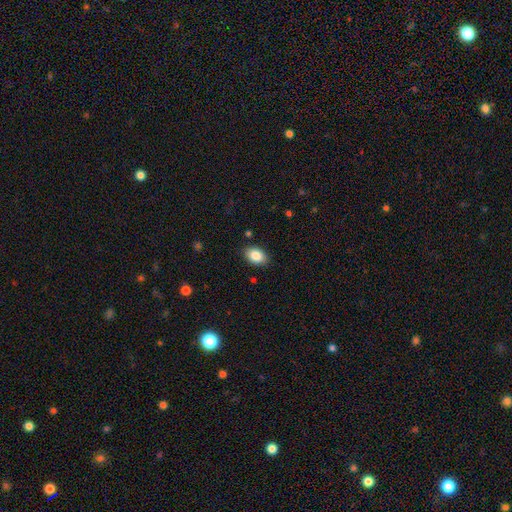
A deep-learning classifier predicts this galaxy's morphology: smooth-or-featured: smooth: 86% | star or artifact: 8% | featured or disk: 6%
  how-rounded: in between: 85% | round: 14% | cigar-shaped: 1%
  merging: none: 87% | minor disturbance: 10% | major disturbance: 2% | merger: 1%